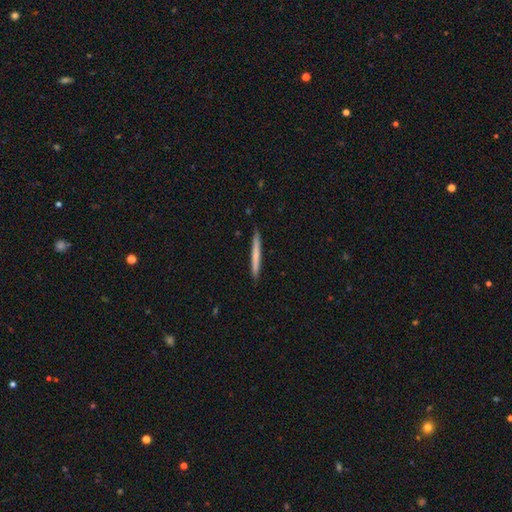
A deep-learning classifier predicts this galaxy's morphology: smooth-or-featured: smooth: 66% | featured or disk: 29% | star or artifact: 5%
  how-rounded: cigar-shaped: 97% | in between: 2% | round: 1%
  merging: none: 91% | minor disturbance: 7% | major disturbance: 1% | merger: 1%